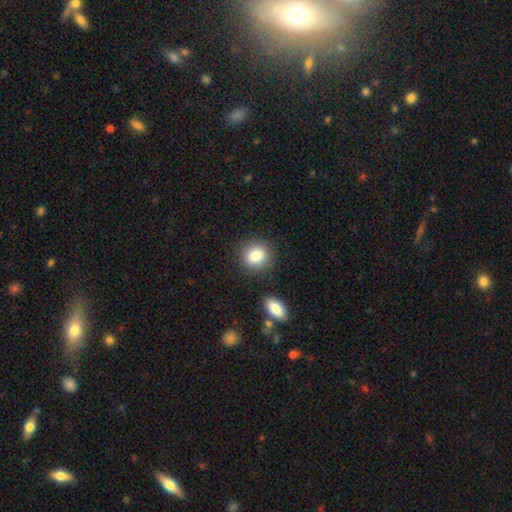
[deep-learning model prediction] smooth 85%, star or artifact 9%, featured or disk 7%. Down the decision tree: how rounded — round (77%); merging — none (83%).